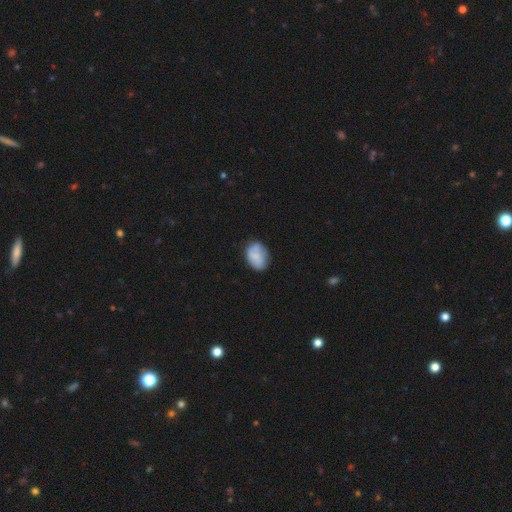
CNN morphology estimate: Smooth or featured?
  - smooth: 74% *
  - featured or disk: 19%
  - star or artifact: 7%
How rounded?
  - in between: 77% *
  - round: 22%
  - cigar-shaped: 1%
Merging?
  - none: 68% *
  - minor disturbance: 24%
  - major disturbance: 6%
  - merger: 3%